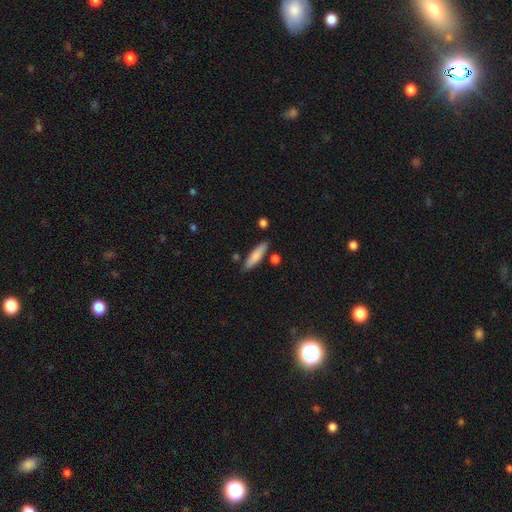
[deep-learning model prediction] smooth_or_featured: smooth (p=0.80) [alt: featured or disk p=0.15]
how_rounded: cigar-shaped (p=0.69) [alt: in between p=0.29]
merging: none (p=0.82) [alt: minor disturbance p=0.11]